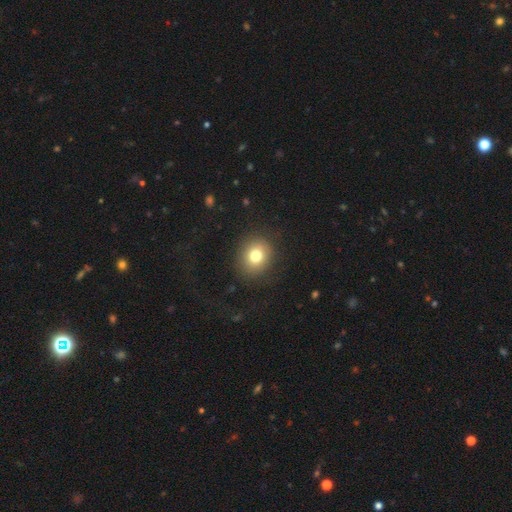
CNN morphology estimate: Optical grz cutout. It shows a smooth galaxy with no disk features (78%) that is round (74%). Merging: none (86%).